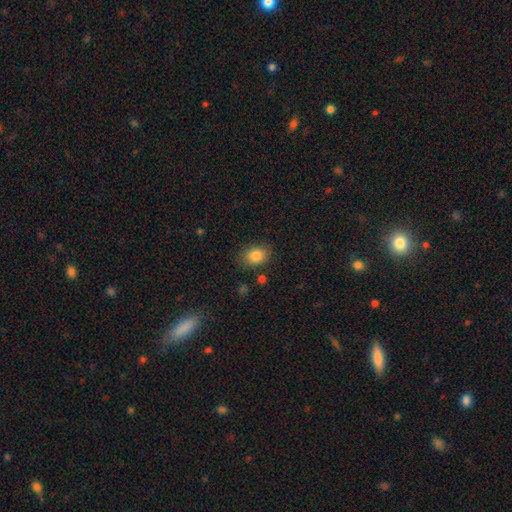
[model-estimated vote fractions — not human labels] Smooth or featured: smooth — 84% (star or artifact — 9%)
How rounded: in between — 62% (round — 37%)
Merging: none — 82% (minor disturbance — 13%)